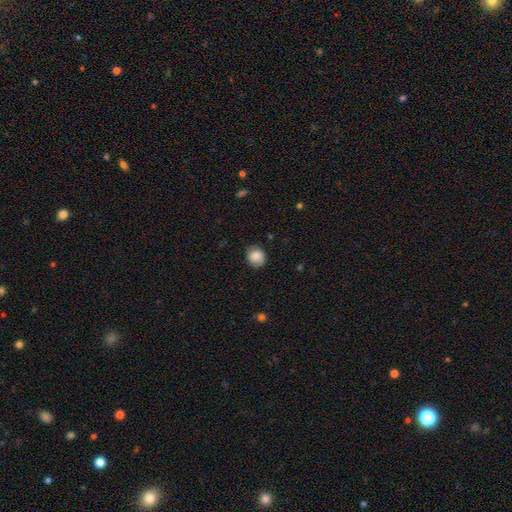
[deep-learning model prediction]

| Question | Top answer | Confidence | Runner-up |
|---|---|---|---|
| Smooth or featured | smooth | 83% | featured or disk (9%) |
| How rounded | round | 83% | in between (16%) |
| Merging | none | 83% | minor disturbance (13%) |